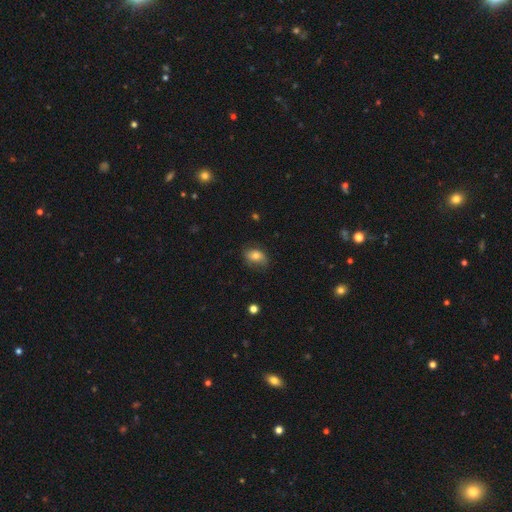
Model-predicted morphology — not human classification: smooth-or-featured: smooth: 70% | featured or disk: 20% | star or artifact: 10%
  how-rounded: in between: 79% | round: 20% | cigar-shaped: 2%
  merging: none: 70% | minor disturbance: 23% | major disturbance: 7% | merger: 1%